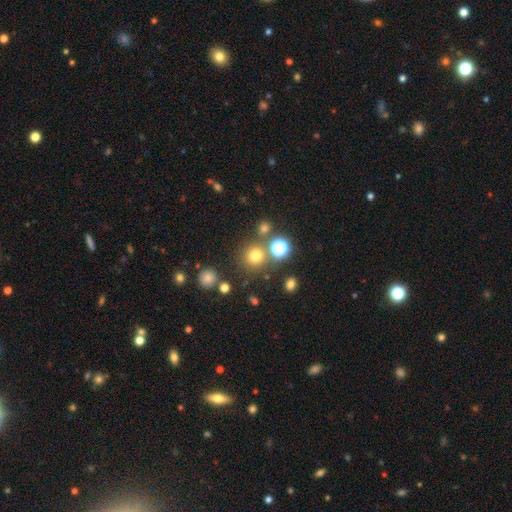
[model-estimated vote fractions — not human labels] This appears to be a smooth galaxy with no disk features (71%) that is round (92%). Merging: none (77%).